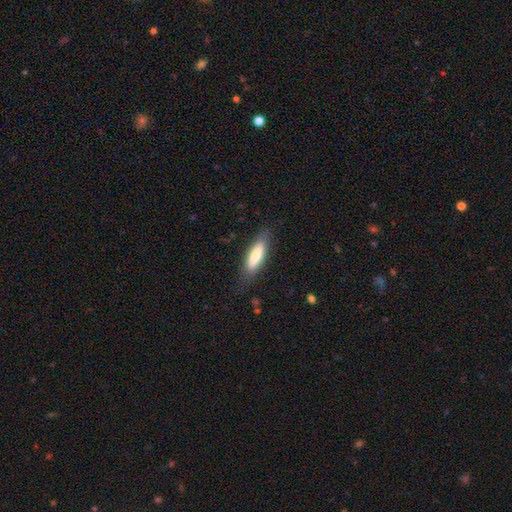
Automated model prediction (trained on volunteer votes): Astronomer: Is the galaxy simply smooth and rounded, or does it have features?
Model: smooth — 75%.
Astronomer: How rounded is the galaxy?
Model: cigar-shaped — 52% (runner-up: in between, 47%).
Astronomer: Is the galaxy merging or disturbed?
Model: none — 77%.